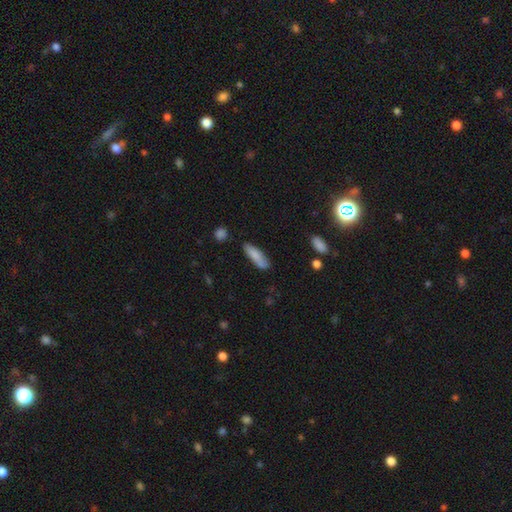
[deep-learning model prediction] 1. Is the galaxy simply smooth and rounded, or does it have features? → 80% smooth, 13% featured or disk, 6% star or artifact.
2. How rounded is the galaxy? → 51% cigar-shaped, 47% in between, 2% round.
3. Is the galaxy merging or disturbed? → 72% none, 20% minor disturbance, 4% major disturbance, 3% merger.